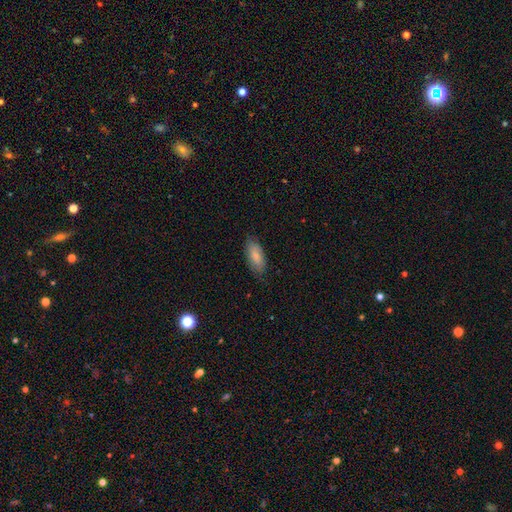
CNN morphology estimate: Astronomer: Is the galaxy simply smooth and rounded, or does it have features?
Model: smooth — 82%.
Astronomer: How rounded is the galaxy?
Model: in between — 84%.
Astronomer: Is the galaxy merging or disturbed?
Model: none — 77%.